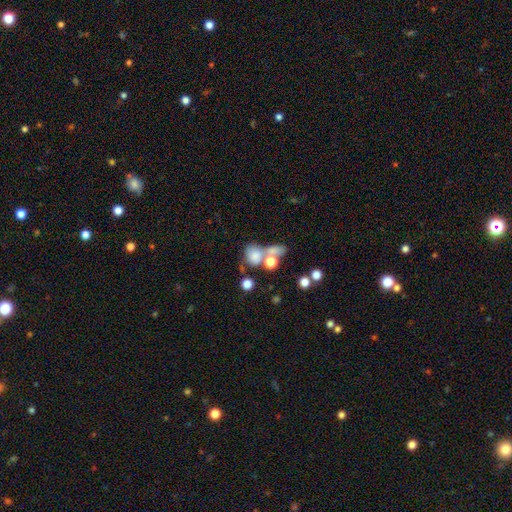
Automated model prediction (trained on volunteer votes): Smooth or featured: smooth — 69% (featured or disk — 17%)
How rounded: round — 57% (in between — 40%)
Merging: merger — 46% (none — 32%)